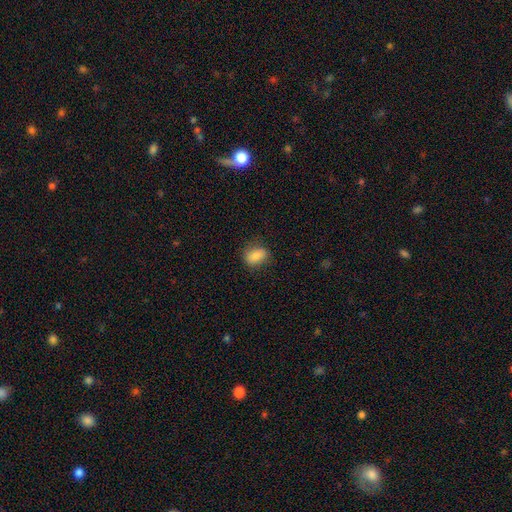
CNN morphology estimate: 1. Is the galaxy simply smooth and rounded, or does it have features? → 82% smooth, 9% featured or disk, 9% star or artifact.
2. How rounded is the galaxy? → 75% in between, 22% round, 2% cigar-shaped.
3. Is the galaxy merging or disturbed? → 77% none, 18% minor disturbance, 5% major disturbance, 1% merger.